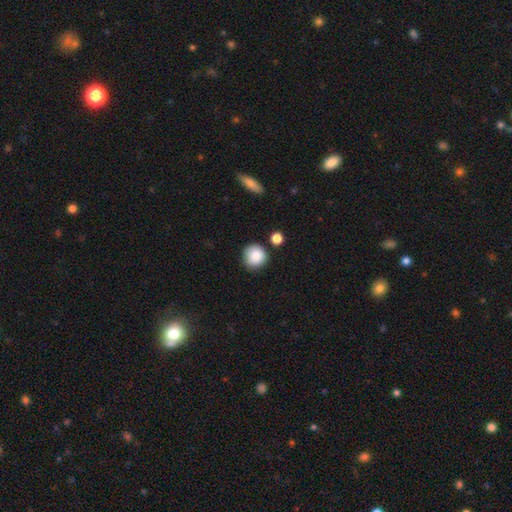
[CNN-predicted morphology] This appears to be a smooth galaxy with no disk features (86%) that is round (93%). Merging: none (82%).